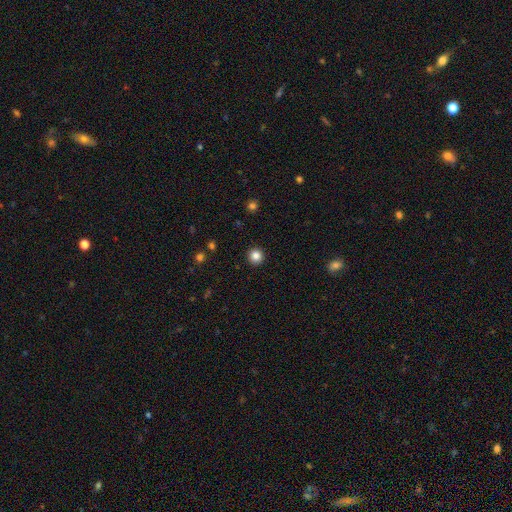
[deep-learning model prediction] The model was most divided on "smooth or featured": smooth: 84%, star or artifact: 12%, featured or disk: 4%. More confident: how rounded — round (95%); merging — none (93%).